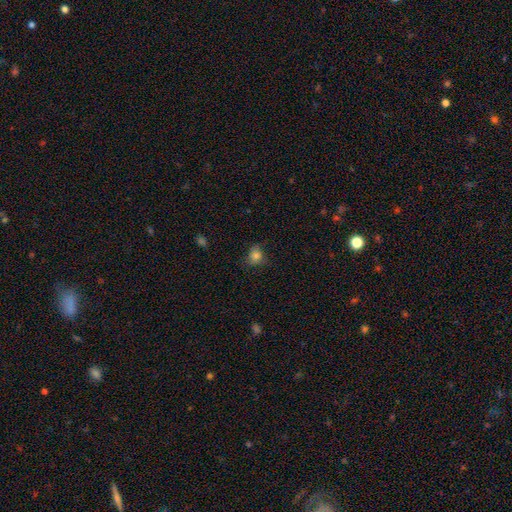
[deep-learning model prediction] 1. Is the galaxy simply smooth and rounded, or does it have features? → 80% smooth, 12% star or artifact, 8% featured or disk.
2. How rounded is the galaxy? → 64% round, 35% in between, 1% cigar-shaped.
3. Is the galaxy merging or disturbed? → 61% none, 28% minor disturbance, 10% major disturbance, 2% merger.